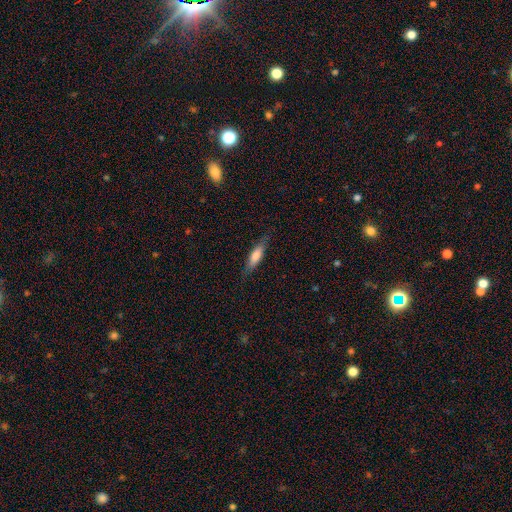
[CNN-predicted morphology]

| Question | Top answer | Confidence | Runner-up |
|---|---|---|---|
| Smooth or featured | smooth | 67% | featured or disk (27%) |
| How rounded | cigar-shaped | 67% | in between (32%) |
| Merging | none | 81% | minor disturbance (14%) |